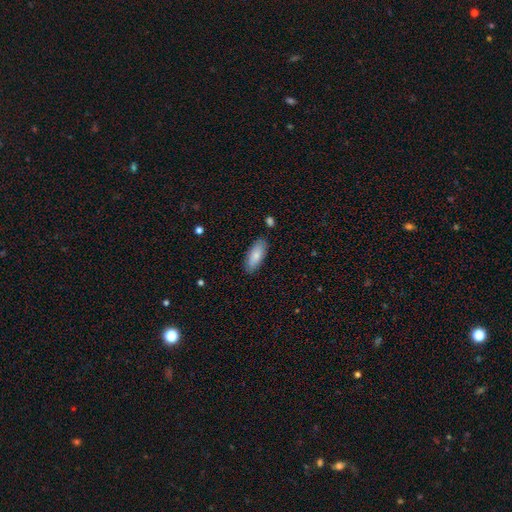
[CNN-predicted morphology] A smooth galaxy with no disk features (82%) that is in between round and cigar-shaped (83%).

Vote fractions:
- Smooth or featured? smooth: 82% / featured or disk: 12% / star or artifact: 6%
- How rounded? in between: 83% / cigar-shaped: 15% / round: 2%
- Merging? none: 85% / minor disturbance: 11% / major disturbance: 2% / merger: 2%